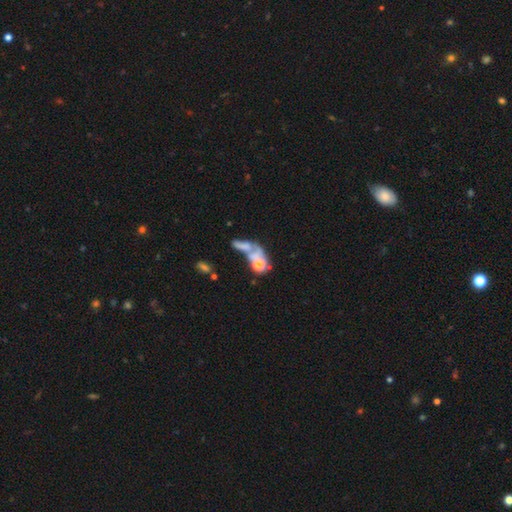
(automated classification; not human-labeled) featured or disk 41%, smooth 38%, star or artifact 21%. Down the decision tree: merging — merger (49%).